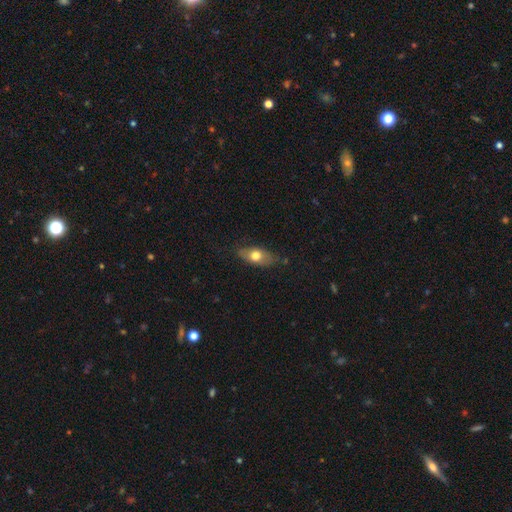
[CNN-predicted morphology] Q: Smooth or featured?
A: smooth (66%); runner-up: featured or disk (27%)
Q: How rounded?
A: in between (79%); runner-up: cigar-shaped (13%)
Q: Merging?
A: none (73%); runner-up: minor disturbance (20%)